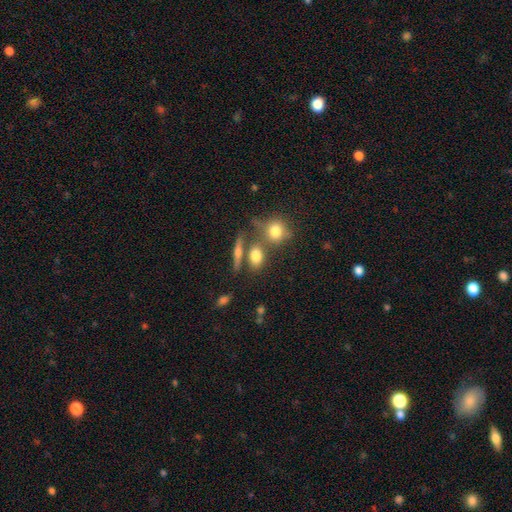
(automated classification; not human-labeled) Morphology: type=smooth (75%); roundness=in between (58%); merging=none (57%).